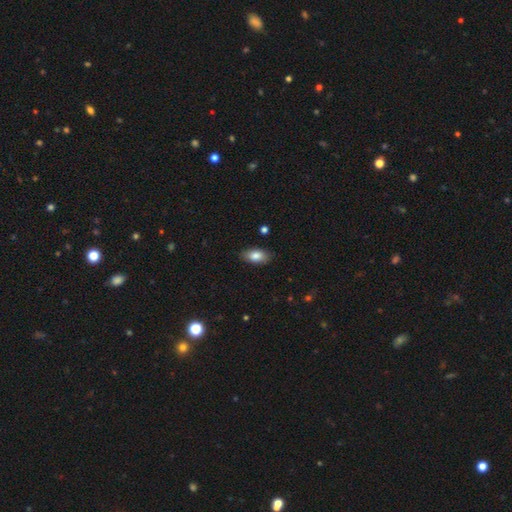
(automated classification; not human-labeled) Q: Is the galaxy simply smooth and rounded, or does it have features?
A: smooth — 83%.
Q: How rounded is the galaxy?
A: in between — 92%.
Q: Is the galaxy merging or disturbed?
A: none — 86%.